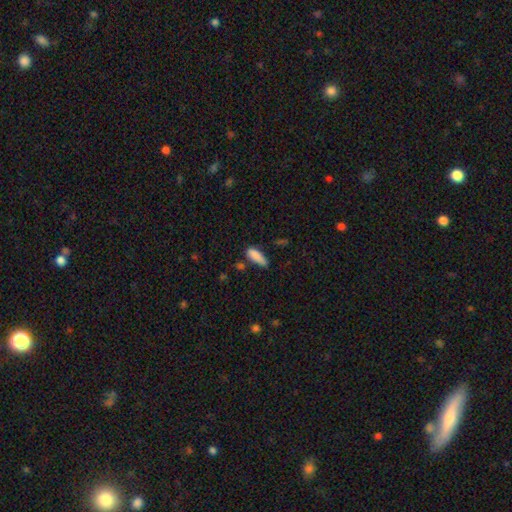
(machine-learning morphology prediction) smooth-or-featured: smooth: 85% | star or artifact: 8% | featured or disk: 8%
  how-rounded: in between: 54% | cigar-shaped: 44% | round: 2%
  merging: none: 54% | minor disturbance: 33% | major disturbance: 8% | merger: 6%